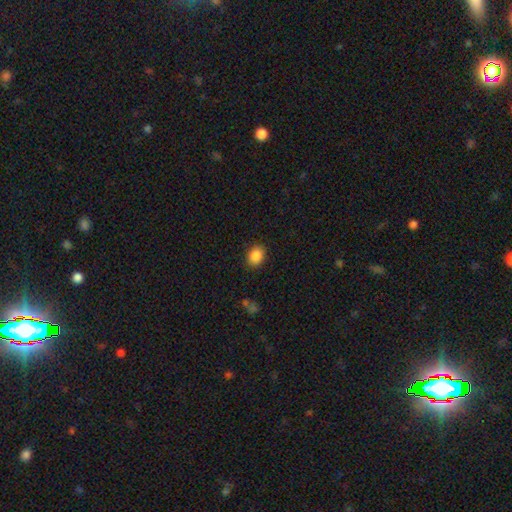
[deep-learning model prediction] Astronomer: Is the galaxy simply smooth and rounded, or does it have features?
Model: smooth — 87%.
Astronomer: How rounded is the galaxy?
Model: in between — 53% (runner-up: round, 46%).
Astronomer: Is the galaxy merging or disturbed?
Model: none — 89%.